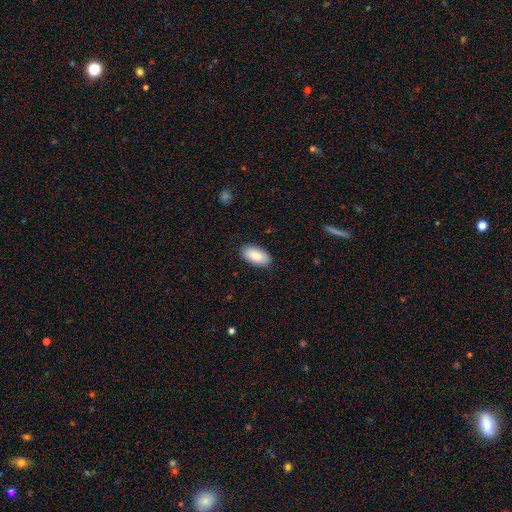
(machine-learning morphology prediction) Smooth or featured: smooth — 87% (featured or disk — 7%)
How rounded: in between — 95% (cigar-shaped — 3%)
Merging: none — 87% (minor disturbance — 10%)